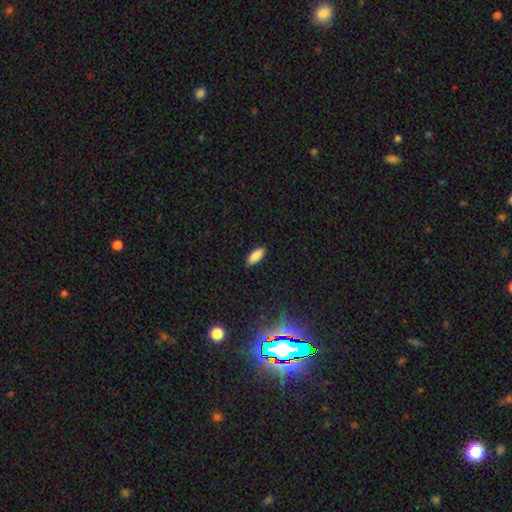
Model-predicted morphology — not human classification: Smooth or featured? smooth (86%)
How rounded? in between (76%)
Merging? none (88%)